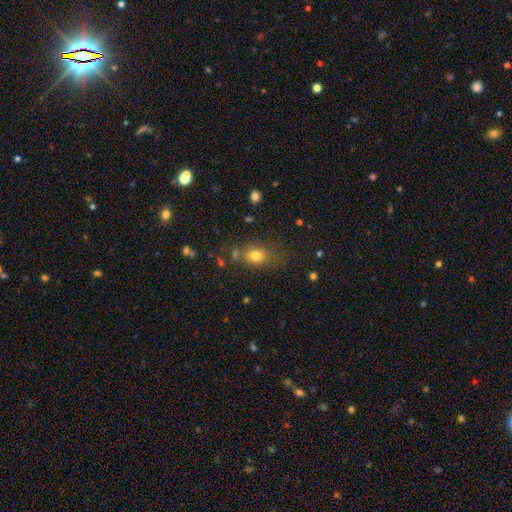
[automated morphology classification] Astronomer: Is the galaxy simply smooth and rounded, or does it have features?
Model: smooth — 75%.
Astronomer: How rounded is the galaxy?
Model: in between — 60% (runner-up: round, 38%).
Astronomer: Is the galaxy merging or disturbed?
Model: none — 65%.